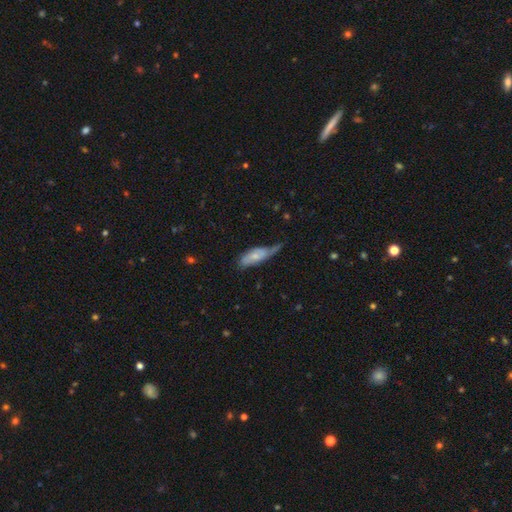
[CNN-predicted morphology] This is possibly a smooth galaxy (56%). How rounded: likely in between (69%). Merging: marginally minor disturbance (41%).